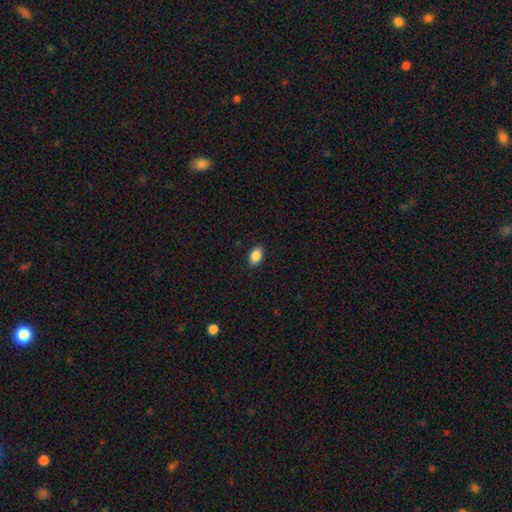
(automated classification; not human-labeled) smooth_or_featured: smooth (p=0.88) [alt: star or artifact p=0.08]
how_rounded: in between (p=0.88) [alt: round p=0.10]
merging: none (p=0.89) [alt: minor disturbance p=0.08]